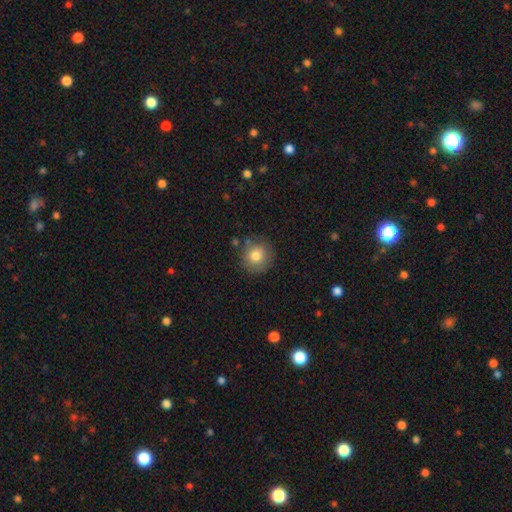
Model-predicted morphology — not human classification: Smooth or featured?
  - smooth: 78% *
  - featured or disk: 12%
  - star or artifact: 9%
How rounded?
  - round: 92% *
  - in between: 7%
  - cigar-shaped: 1%
Merging?
  - none: 79% *
  - minor disturbance: 13%
  - merger: 4%
  - major disturbance: 4%